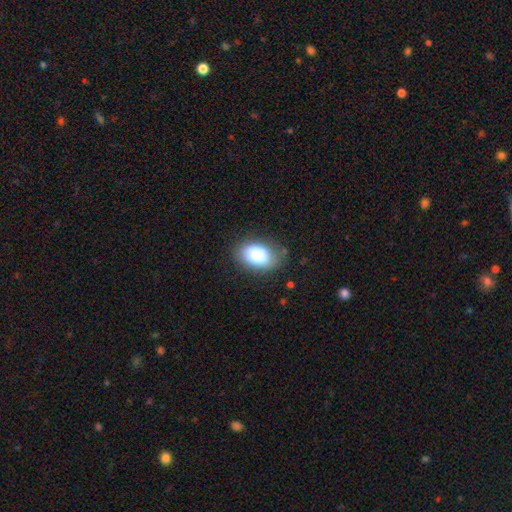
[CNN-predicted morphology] The model was most divided on "merging": none: 74%, minor disturbance: 19%, major disturbance: 6%, merger: 2%. More confident: how rounded — in between (90%); smooth or featured — smooth (85%).